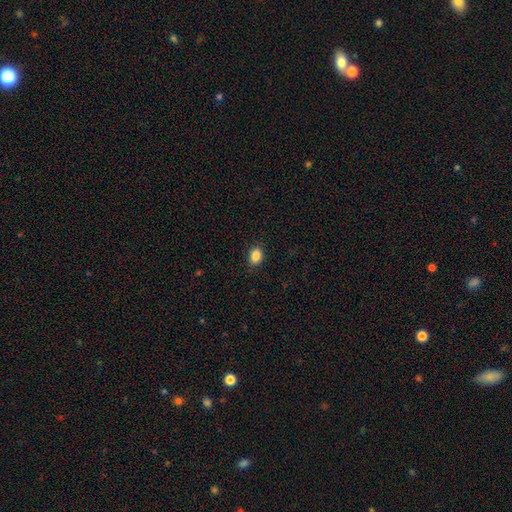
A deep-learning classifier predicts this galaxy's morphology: Smooth or featured: smooth — 87% (star or artifact — 9%)
How rounded: in between — 69% (round — 30%)
Merging: none — 87% (minor disturbance — 9%)